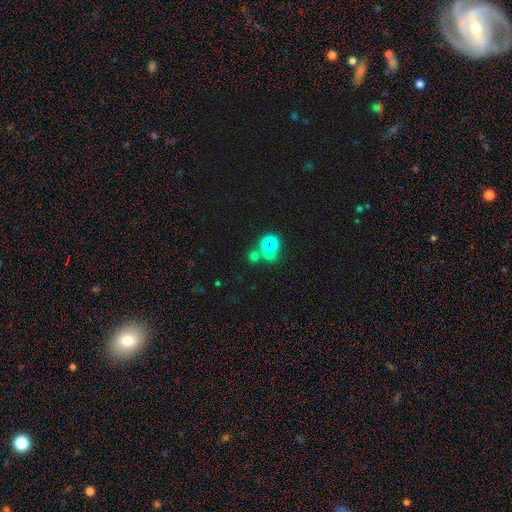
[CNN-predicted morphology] type=smooth (67%); roundness=round (79%); merging=merger (44%).